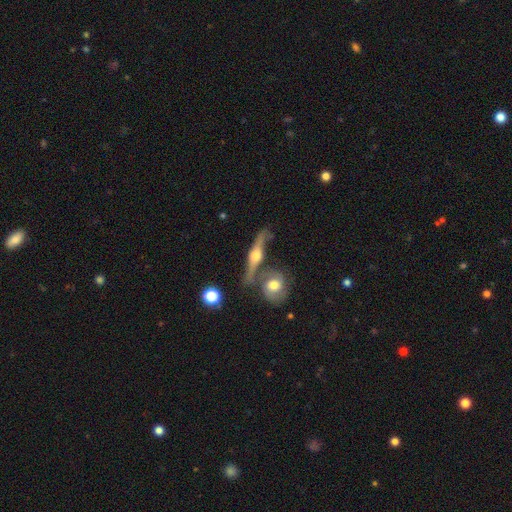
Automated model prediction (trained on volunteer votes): Smooth or featured: featured or disk — 75% (smooth — 19%)
Edge-on disk: yes — 91% (no — 9%)
Edge-on bulge: rounded — 94% (boxy — 4%)
Merging: none — 61% (merger — 20%)